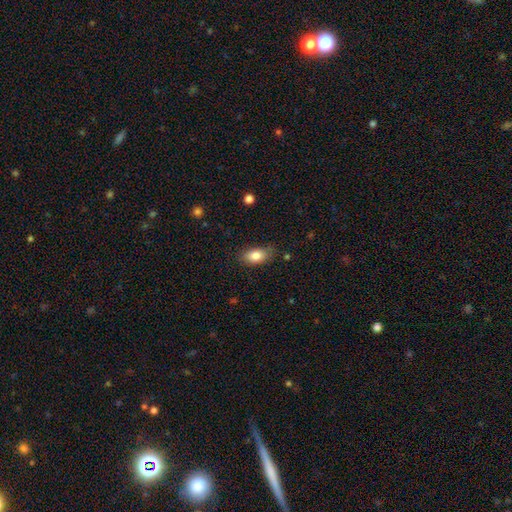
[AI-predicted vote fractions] A smooth galaxy with no disk features (83%) that is in between round and cigar-shaped (90%).

Vote fractions:
- Smooth or featured? smooth: 83% / featured or disk: 9% / star or artifact: 7%
- How rounded? in between: 90% / round: 7% / cigar-shaped: 4%
- Merging? none: 78% / minor disturbance: 17% / major disturbance: 4% / merger: 1%